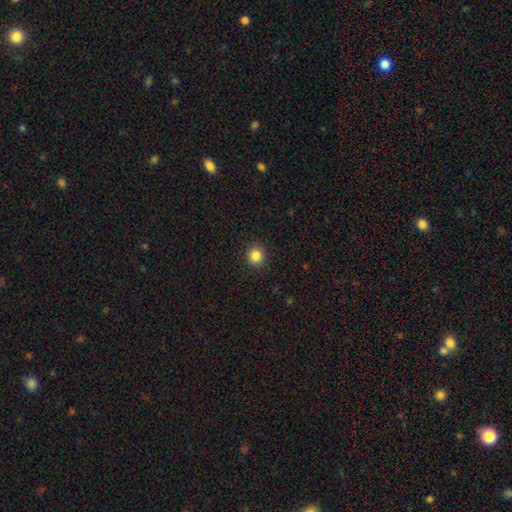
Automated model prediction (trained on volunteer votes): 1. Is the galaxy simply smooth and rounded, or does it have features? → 84% smooth, 11% star or artifact, 4% featured or disk.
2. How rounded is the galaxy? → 91% round, 8% in between, 1% cigar-shaped.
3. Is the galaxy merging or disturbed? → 92% none, 5% minor disturbance, 2% major disturbance, 1% merger.